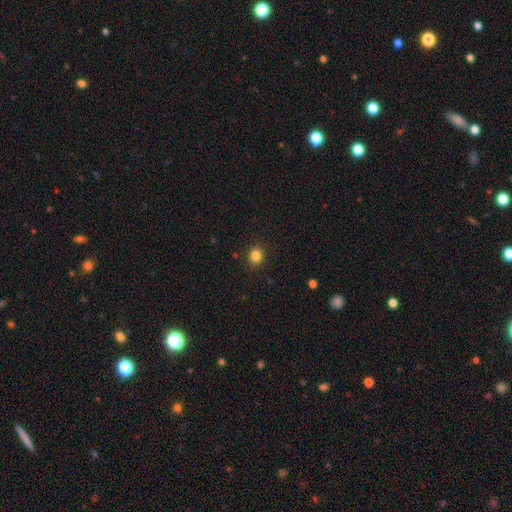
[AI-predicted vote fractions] This is clearly a smooth galaxy (84%). How rounded: clearly round (80%). Merging: clearly none (90%).